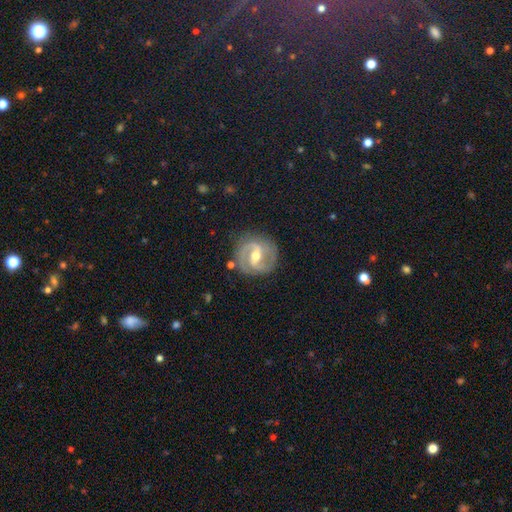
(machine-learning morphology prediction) The model was most divided on "bar": strong: 44%, weak: 43%, no: 13%. More confident: edge-on disk — no (97%); spiral arms — yes (95%); spiral arm count — 2 (90%); smooth or featured — featured or disk (87%); merging — none (83%); bulge size — moderate (65%); spiral winding — medium (51%).